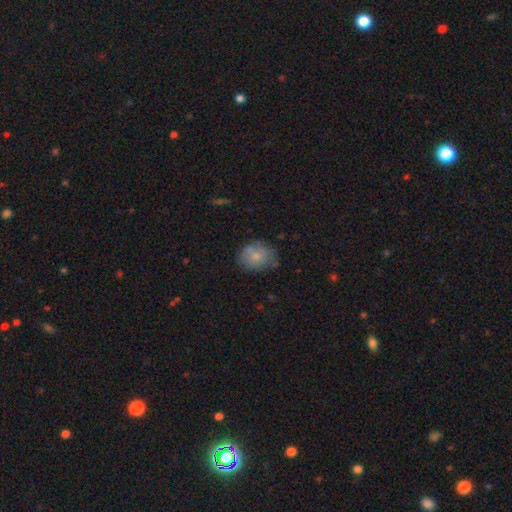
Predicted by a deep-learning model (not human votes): Smooth or featured? smooth (74%)
How rounded? round (52%)
Merging? none (65%)